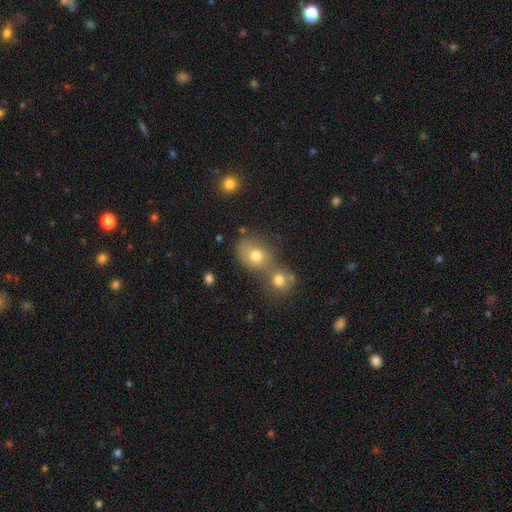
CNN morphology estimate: Smooth or featured? smooth (72%)
How rounded? round (57%)
Merging? merger (51%)